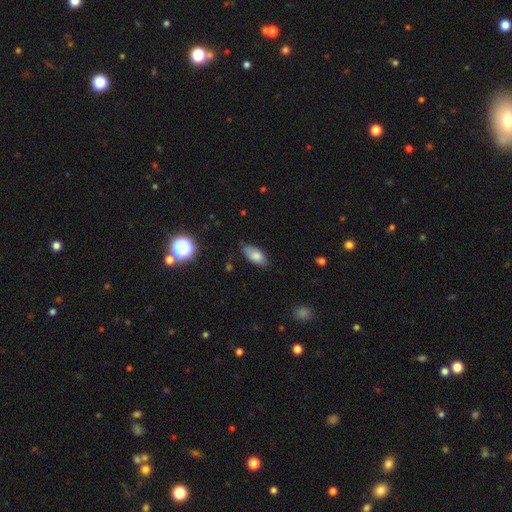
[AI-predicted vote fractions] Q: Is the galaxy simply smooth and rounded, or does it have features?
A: smooth — 80%.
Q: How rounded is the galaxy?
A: in between — 89%.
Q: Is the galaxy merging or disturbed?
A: none — 74%.